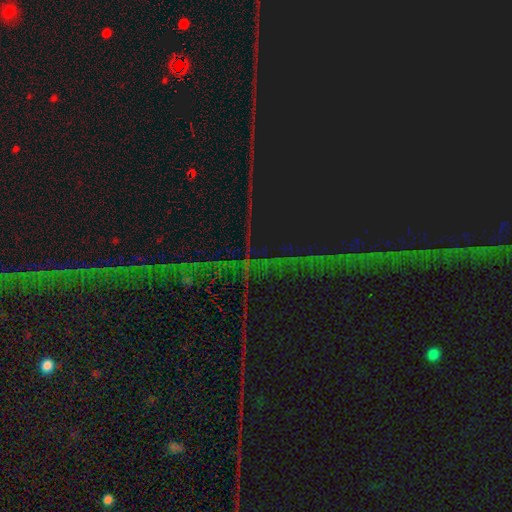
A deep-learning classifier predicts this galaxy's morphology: Smooth or featured?
  - star or artifact: 84% *
  - featured or disk: 10%
  - smooth: 7%